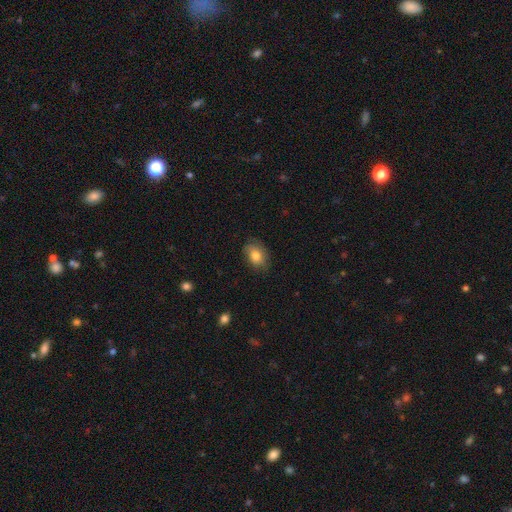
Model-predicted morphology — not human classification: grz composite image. It shows a smooth galaxy with no disk features (79%) that is in between round and cigar-shaped (80%). Merging: none (77%).